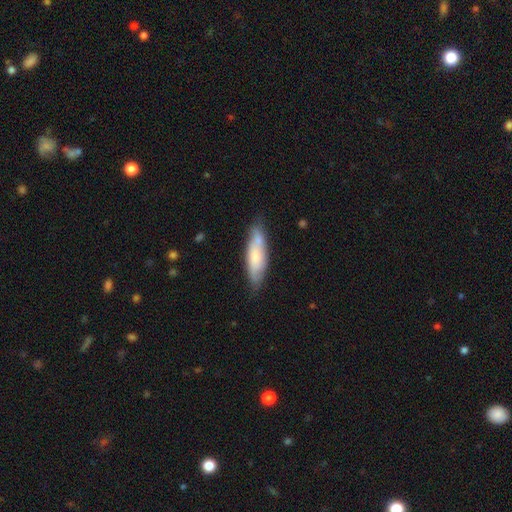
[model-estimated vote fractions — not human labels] Morphology: type=smooth (59%); roundness=cigar-shaped (57%); merging=none (67%).